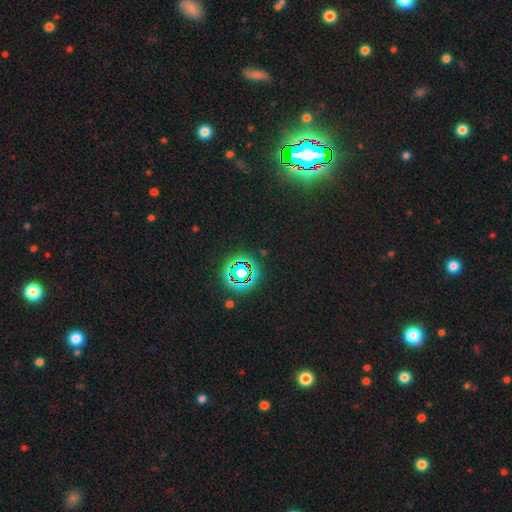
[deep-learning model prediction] The model was most divided on "smooth or featured": star or artifact: 79%, smooth: 14%, featured or disk: 7%.